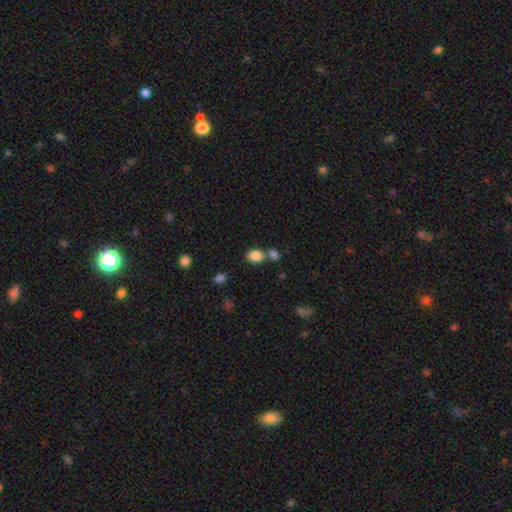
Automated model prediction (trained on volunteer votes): This appears to be a smooth galaxy with no disk features (85%) that is in between round and cigar-shaped (68%). Merging: none (55%).